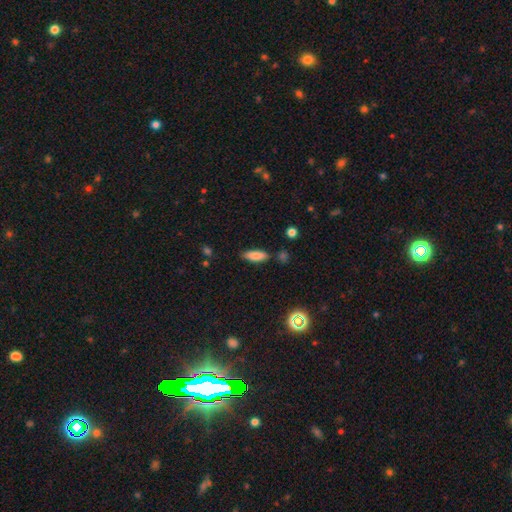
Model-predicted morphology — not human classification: This appears to be a smooth galaxy with no disk features (83%) that is in between round and cigar-shaped (60%). Merging: none (80%).